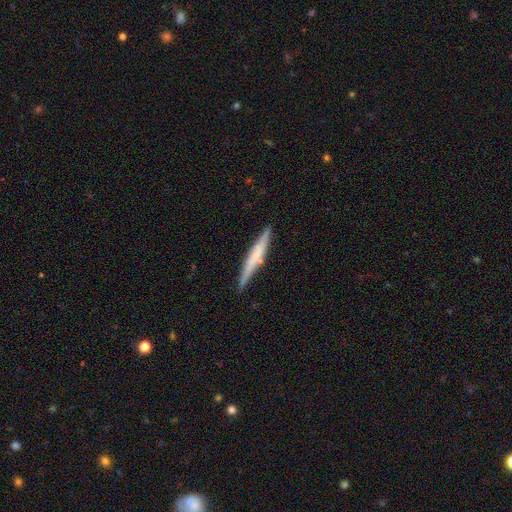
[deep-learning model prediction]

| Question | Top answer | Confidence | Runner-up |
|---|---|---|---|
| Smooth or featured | smooth | 47% | tied: featured or disk (47%) |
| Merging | none | 80% | minor disturbance (14%) |